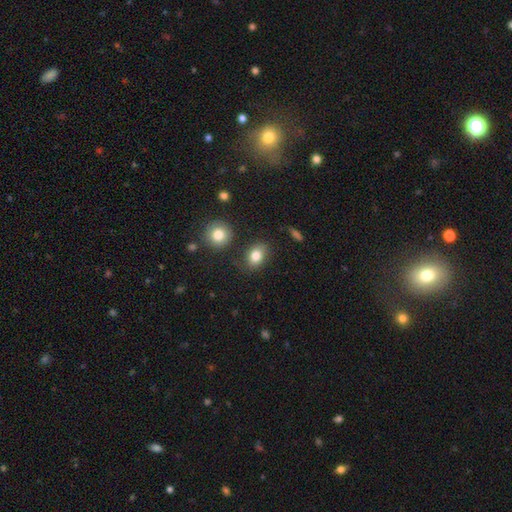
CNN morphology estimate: The model was most divided on "how rounded": in between: 69%, round: 29%, cigar-shaped: 1%. More confident: smooth or featured — smooth (82%); merging — none (77%).